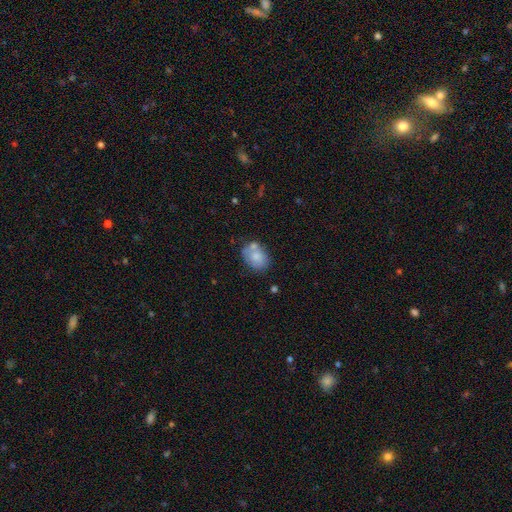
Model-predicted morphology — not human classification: smooth_or_featured: smooth (p=0.72) [alt: featured or disk p=0.20]
how_rounded: in between (p=0.65) [alt: round p=0.34]
merging: none (p=0.53) [alt: minor disturbance p=0.20]